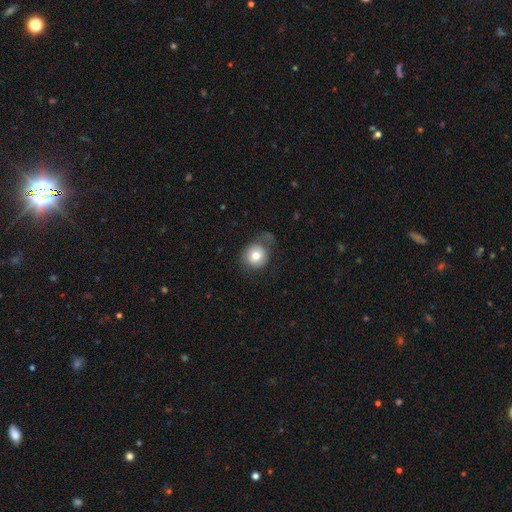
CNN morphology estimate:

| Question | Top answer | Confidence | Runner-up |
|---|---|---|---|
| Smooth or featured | smooth | 76% | featured or disk (15%) |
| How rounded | round | 84% | in between (15%) |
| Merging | none | 56% | minor disturbance (25%) |